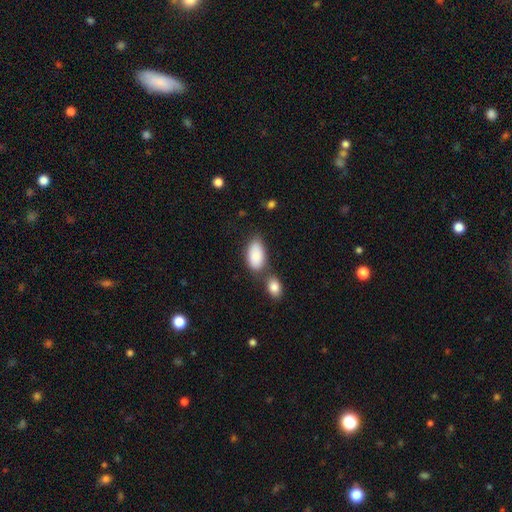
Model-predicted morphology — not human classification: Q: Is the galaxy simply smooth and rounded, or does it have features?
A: smooth — 86%.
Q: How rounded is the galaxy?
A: in between — 94%.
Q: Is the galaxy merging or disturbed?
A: none — 53%.